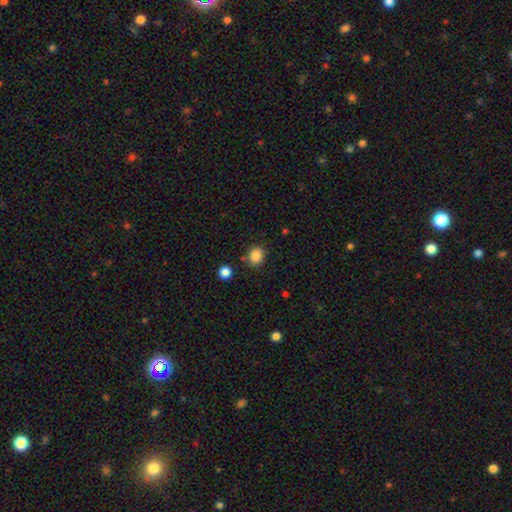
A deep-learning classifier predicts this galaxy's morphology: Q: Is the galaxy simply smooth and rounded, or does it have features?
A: smooth — 86%.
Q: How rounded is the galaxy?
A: round — 61%.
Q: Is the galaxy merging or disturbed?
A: none — 80%.